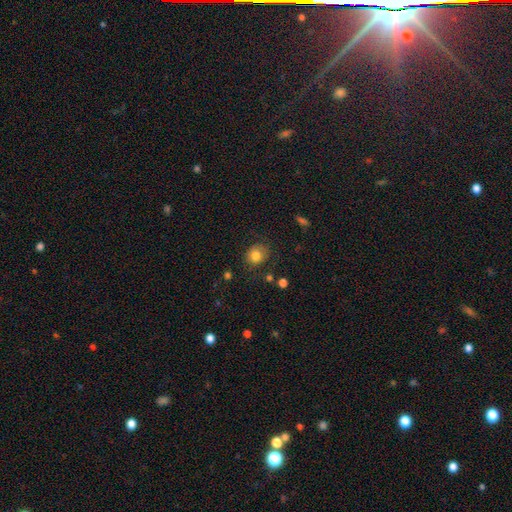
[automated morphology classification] Smooth or featured? smooth (81%)
How rounded? round (71%)
Merging? none (74%)